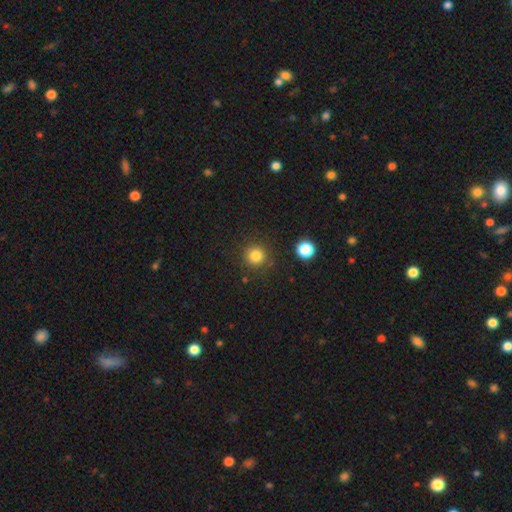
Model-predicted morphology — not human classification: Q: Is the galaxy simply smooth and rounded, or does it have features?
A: smooth — 83%.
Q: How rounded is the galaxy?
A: round — 94%.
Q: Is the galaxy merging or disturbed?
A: none — 86%.